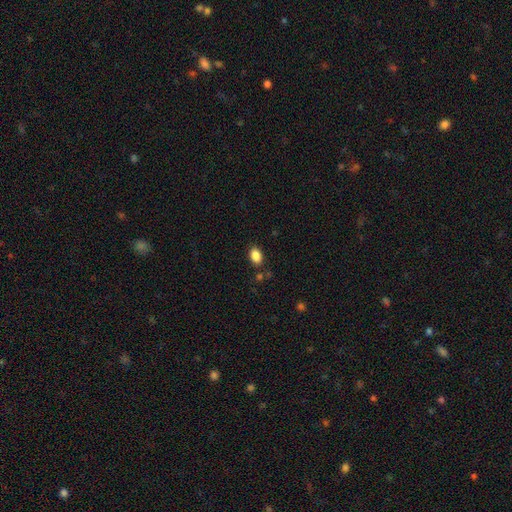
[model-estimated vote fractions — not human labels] smooth-or-featured: smooth: 86% | star or artifact: 9% | featured or disk: 4%
  how-rounded: in between: 86% | round: 13% | cigar-shaped: 1%
  merging: none: 83% | minor disturbance: 10% | merger: 4% | major disturbance: 3%